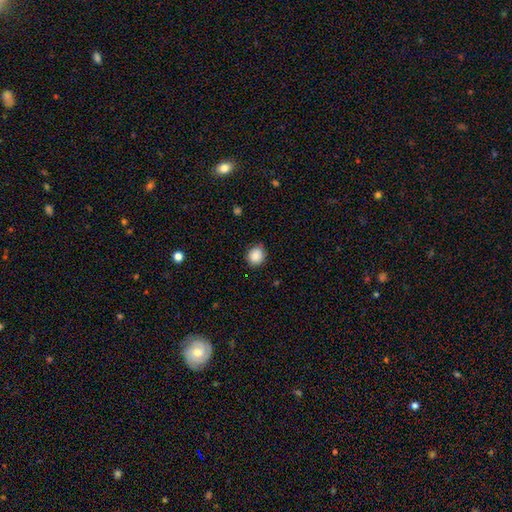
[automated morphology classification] Q: Smooth or featured?
A: smooth (86%); runner-up: star or artifact (9%)
Q: How rounded?
A: round (86%); runner-up: in between (13%)
Q: Merging?
A: none (80%); runner-up: minor disturbance (16%)